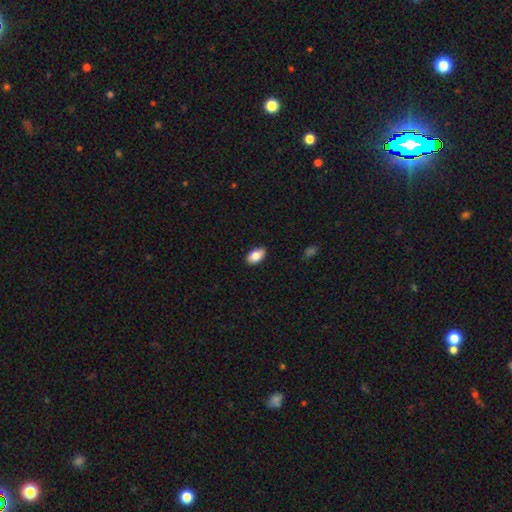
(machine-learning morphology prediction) Overall: smooth (83%). How rounded: in between (92%). Merging: none (88%).